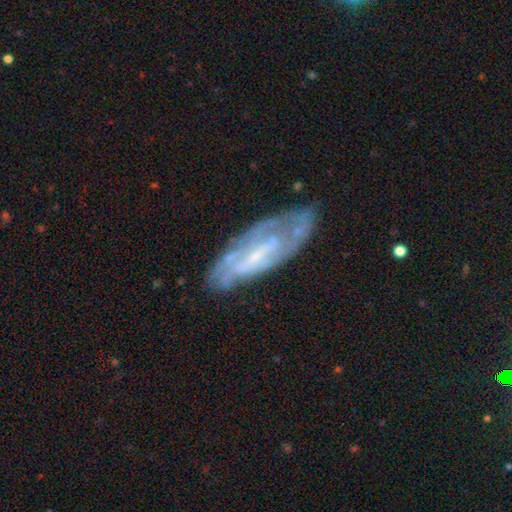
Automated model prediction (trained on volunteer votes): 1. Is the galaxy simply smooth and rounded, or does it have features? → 72% featured or disk, 21% smooth, 7% star or artifact.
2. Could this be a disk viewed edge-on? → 82% no, 18% yes.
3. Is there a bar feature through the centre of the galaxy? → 42% weak, 32% no, 26% strong.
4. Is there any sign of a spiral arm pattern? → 70% yes, 30% no.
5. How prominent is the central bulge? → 60% small, 19% moderate, 18% none, 2% large, 1% dominant.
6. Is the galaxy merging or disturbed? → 64% none, 23% minor disturbance, 10% major disturbance, 3% merger.